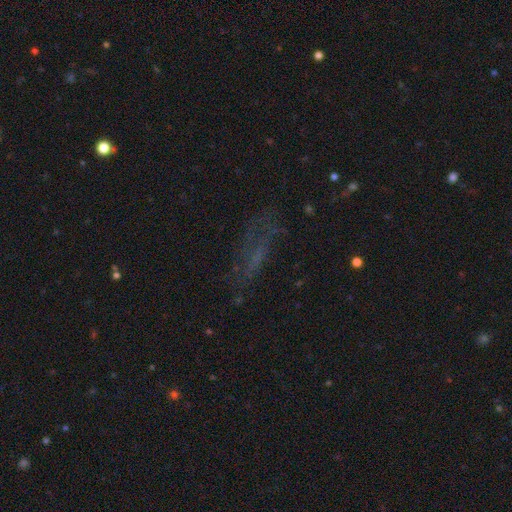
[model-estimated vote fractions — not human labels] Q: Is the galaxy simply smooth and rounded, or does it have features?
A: featured or disk — 37%.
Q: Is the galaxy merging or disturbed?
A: none — 59%.